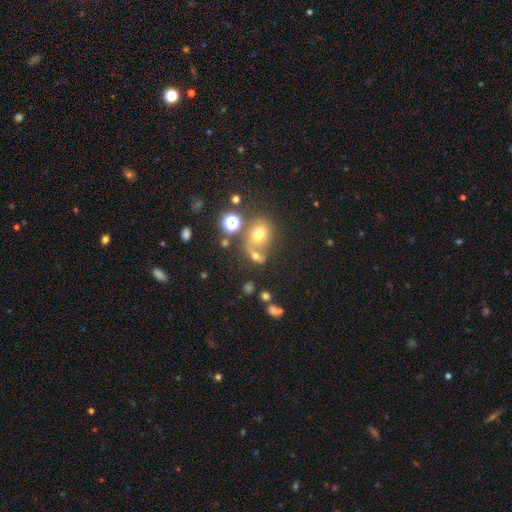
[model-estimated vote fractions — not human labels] This is likely a smooth galaxy (62%). How rounded: possibly round (55%). Merging: marginally none (42%).